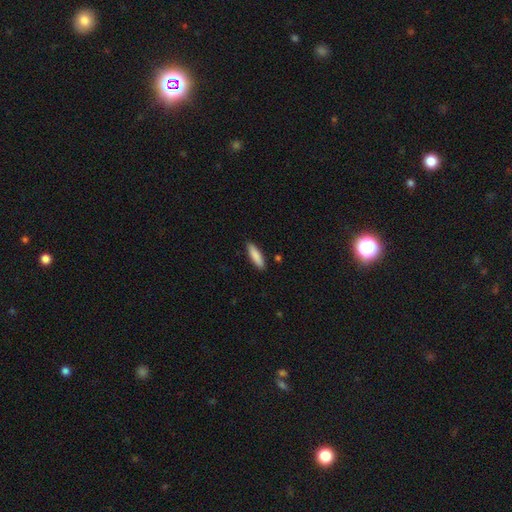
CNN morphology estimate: Q: Smooth or featured?
A: smooth (86%); runner-up: featured or disk (8%)
Q: How rounded?
A: cigar-shaped (64%); runner-up: in between (34%)
Q: Merging?
A: none (87%); runner-up: minor disturbance (10%)